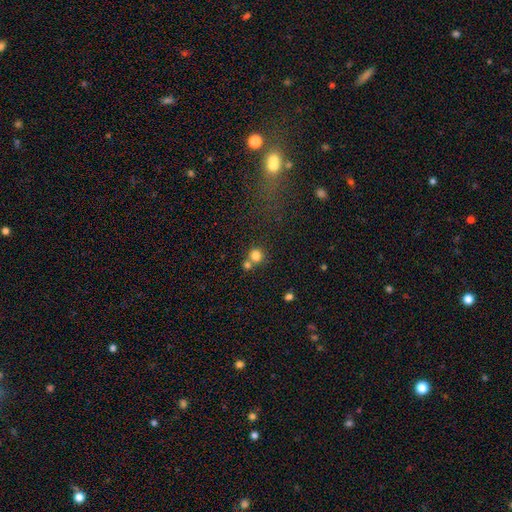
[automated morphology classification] Overall: smooth (80%). How rounded: round (89%). Merging: none (55%; merger 34%).